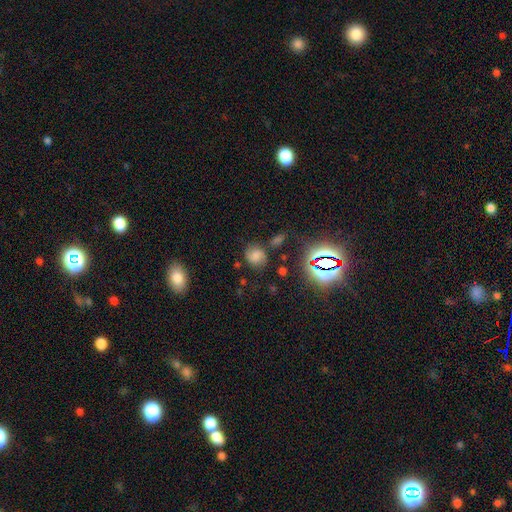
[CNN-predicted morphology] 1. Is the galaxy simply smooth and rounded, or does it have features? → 55% smooth, 23% featured or disk, 22% star or artifact.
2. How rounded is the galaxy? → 71% round, 28% in between, 1% cigar-shaped.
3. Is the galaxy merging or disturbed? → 68% none, 18% minor disturbance, 7% major disturbance, 6% merger.